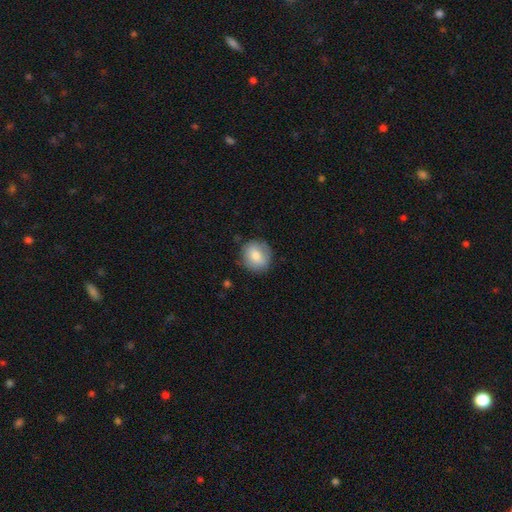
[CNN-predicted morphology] Smooth or featured: smooth — 77% (featured or disk — 16%)
How rounded: round — 83% (in between — 16%)
Merging: none — 82% (minor disturbance — 13%)